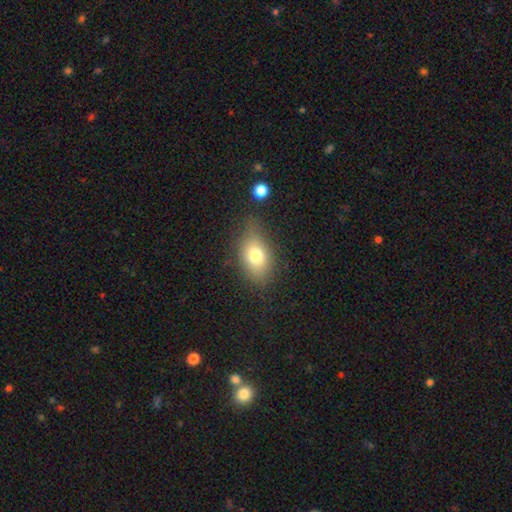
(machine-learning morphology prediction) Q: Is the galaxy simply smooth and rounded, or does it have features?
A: smooth — 75%.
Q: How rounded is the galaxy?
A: in between — 81%.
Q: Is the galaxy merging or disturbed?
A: none — 67%.